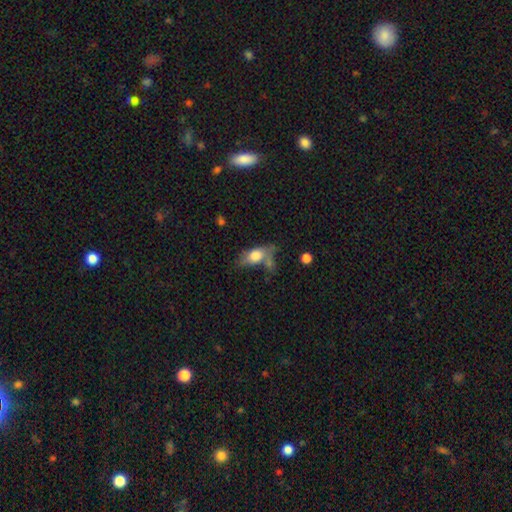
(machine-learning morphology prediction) A smooth galaxy with no disk features (70%) that is in between round and cigar-shaped (80%). Merging: none (41%).